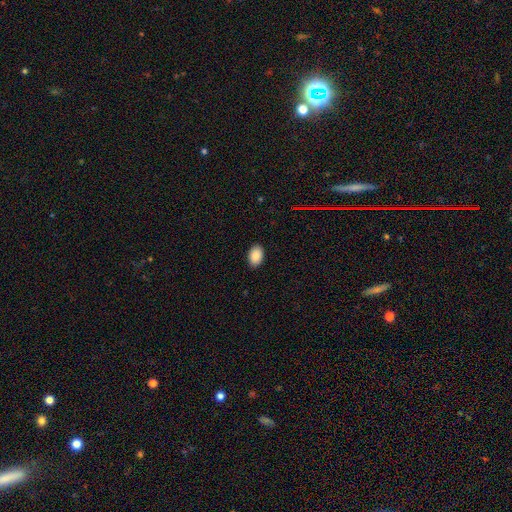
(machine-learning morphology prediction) This is clearly a smooth galaxy (88%). How rounded: clearly in between (87%). Merging: clearly none (89%).